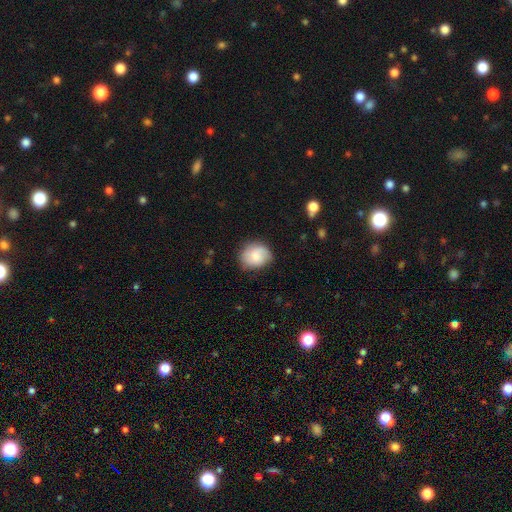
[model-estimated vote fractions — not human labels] Smooth or featured? Predicted: smooth (p=0.71). How rounded? Predicted: round (p=0.66). Merging? Predicted: none (p=0.76).